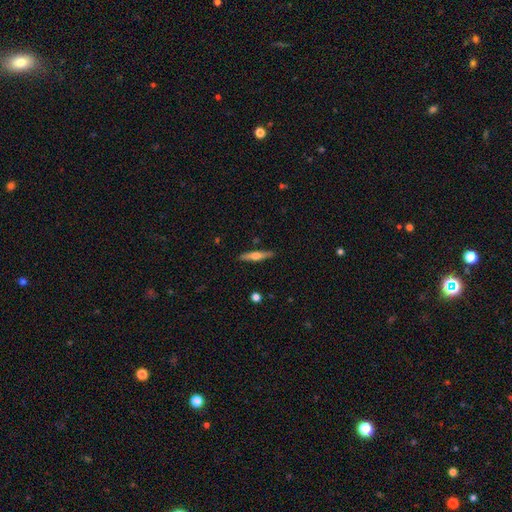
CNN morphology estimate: Smooth or featured? featured or disk (49%)
Merging? none (88%)